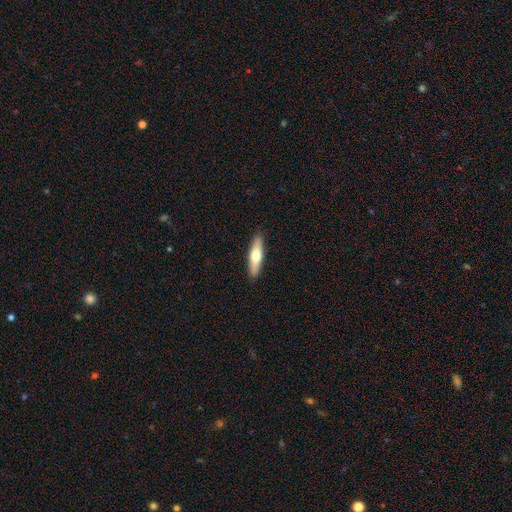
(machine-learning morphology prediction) Q: Smooth or featured?
A: smooth (59%); runner-up: featured or disk (36%)
Q: How rounded?
A: cigar-shaped (71%); runner-up: in between (27%)
Q: Merging?
A: none (90%); runner-up: minor disturbance (7%)